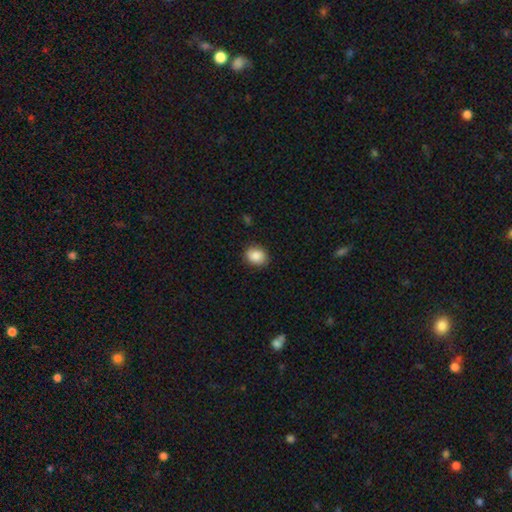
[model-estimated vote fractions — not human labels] Smooth or featured?
  - smooth: 86% *
  - star or artifact: 8%
  - featured or disk: 5%
How rounded?
  - round: 54% *
  - in between: 45%
  - cigar-shaped: 1%
Merging?
  - none: 86% *
  - minor disturbance: 10%
  - major disturbance: 2%
  - merger: 1%